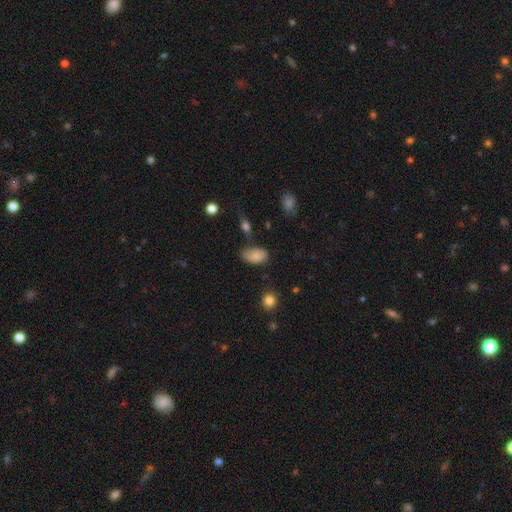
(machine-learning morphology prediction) Smooth or featured: smooth — 82% (featured or disk — 10%)
How rounded: in between — 93% (round — 5%)
Merging: none — 64% (minor disturbance — 25%)